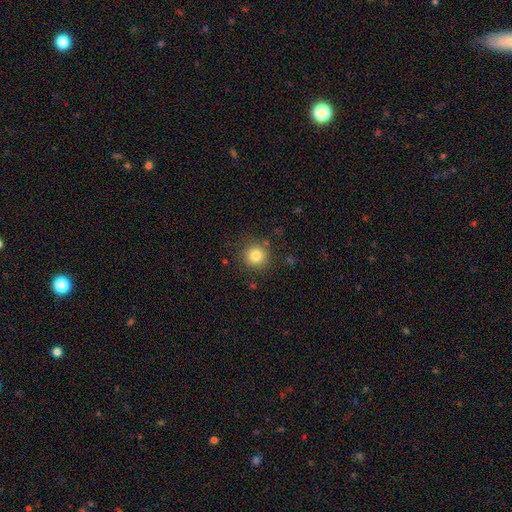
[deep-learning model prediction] This is clearly a smooth galaxy (82%). How rounded: clearly round (93%). Merging: clearly none (86%).